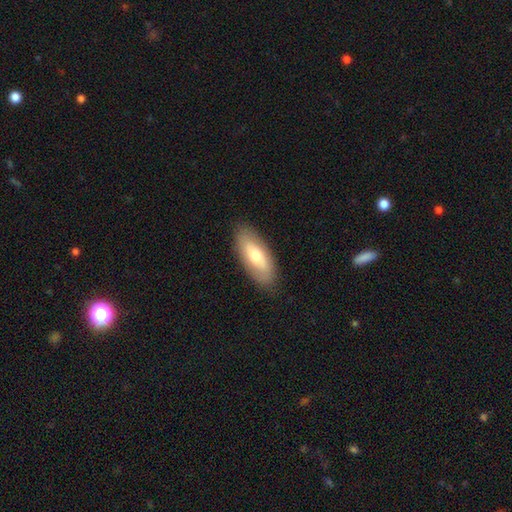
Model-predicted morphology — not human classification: Smooth or featured? Predicted: smooth (p=0.62). How rounded? Predicted: in between (p=0.81). Merging? Predicted: none (p=0.86).